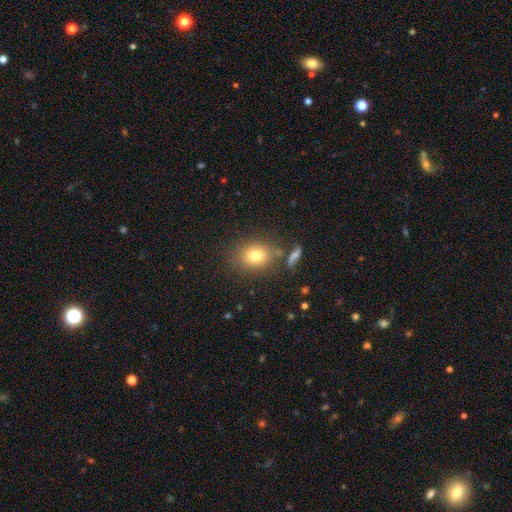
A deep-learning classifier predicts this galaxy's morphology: smooth_or_featured: smooth (p=0.77) [alt: star or artifact p=0.12]
how_rounded: round (p=0.61) [alt: in between p=0.38]
merging: none (p=0.76) [alt: minor disturbance p=0.12]